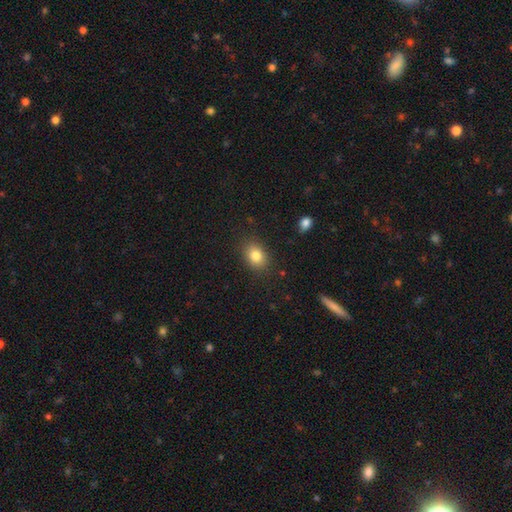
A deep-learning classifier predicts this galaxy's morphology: Smooth or featured? Predicted: smooth (p=0.82). How rounded? Predicted: in between (p=0.65). Merging? Predicted: none (p=0.85).